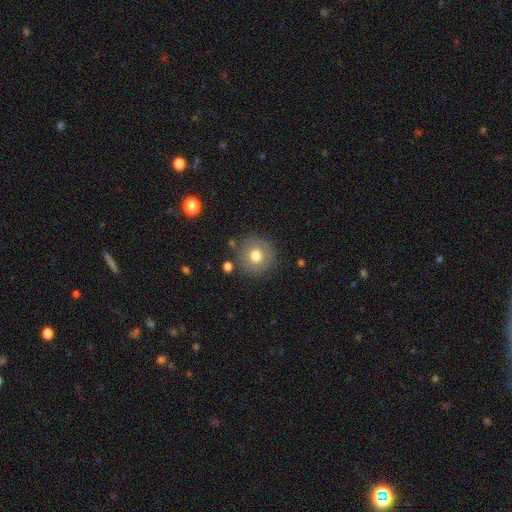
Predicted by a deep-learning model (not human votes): Smooth or featured: smooth — 71% (featured or disk — 19%)
How rounded: round — 93% (in between — 6%)
Merging: none — 84% (minor disturbance — 10%)